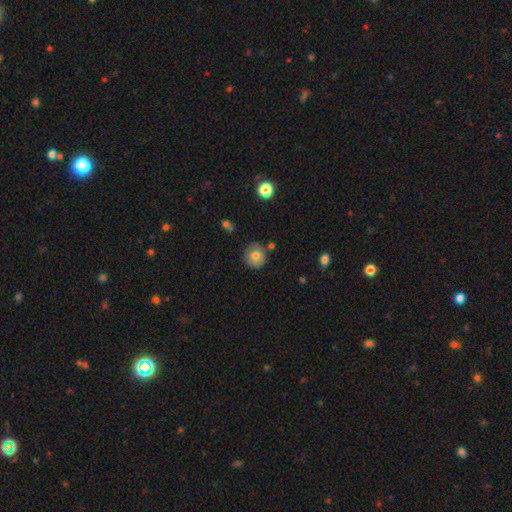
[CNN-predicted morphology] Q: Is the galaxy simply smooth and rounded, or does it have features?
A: smooth — 71%.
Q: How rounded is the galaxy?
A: round — 87%.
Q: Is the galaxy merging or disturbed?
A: none — 78%.